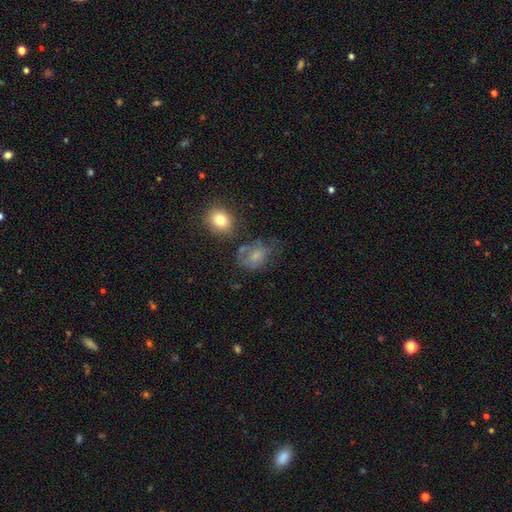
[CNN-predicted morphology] Smooth or featured? Predicted: smooth (p=0.57). How rounded? Predicted: in between (p=0.58). Merging? Predicted: none (p=0.38).